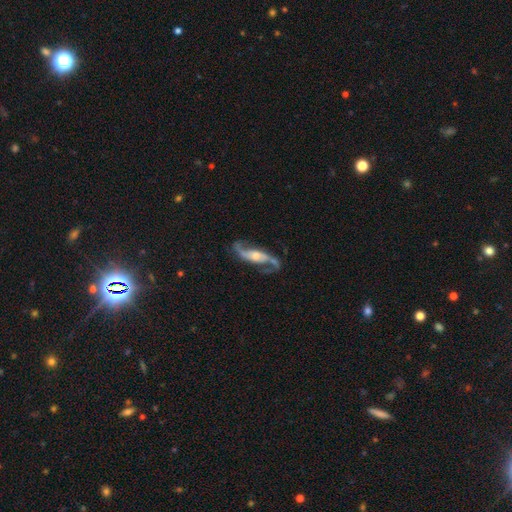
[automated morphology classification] smooth-or-featured: featured or disk: 88% | smooth: 7% | star or artifact: 5%
  disk-edge-on: no: 92% | yes: 8%
    bar: no: 40% | weak: 35% | strong: 25%
    has-spiral-arms: yes: 96% | no: 4%
      spiral-winding: loose: 63% | medium: 30% | tight: 7%
      spiral-arm-count: 2: 93% | can't tell: 2% | 1: 2% | 3: 1% | 4: 1% | more than 4: 1%
    bulge-size: moderate: 51% | small: 32% | large: 11% | none: 4% | dominant: 2%
  merging: none: 71% | minor disturbance: 15% | major disturbance: 11% | merger: 3%